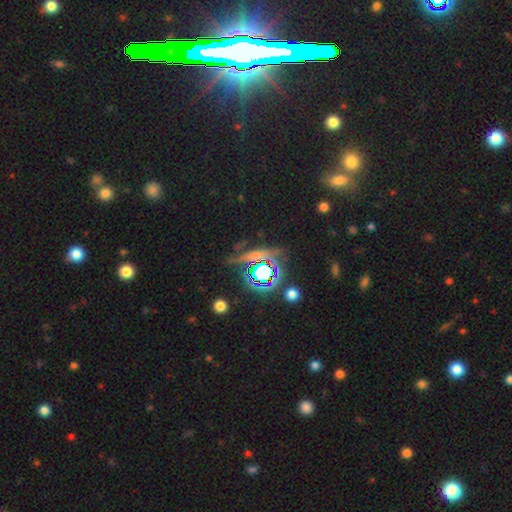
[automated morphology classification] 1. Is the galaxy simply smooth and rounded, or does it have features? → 61% star or artifact, 21% smooth, 19% featured or disk.